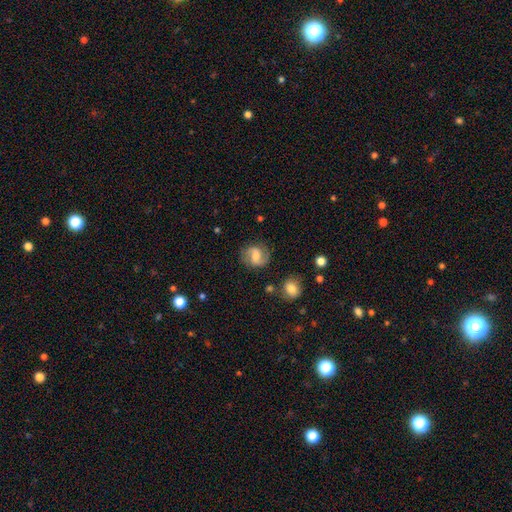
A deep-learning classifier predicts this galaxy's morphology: A featured or disk galaxy (66%) with a weak bar (52%), 2 (89%) medium (47%) spiral arms (91%) and a moderate central bulge (50%).

Vote fractions:
- Smooth or featured? featured or disk: 66% / smooth: 27% / star or artifact: 7%
- Edge-on disk? no: 98% / yes: 2%
- Bar? weak: 52% / no: 28% / strong: 21%
- Spiral arms? yes: 91% / no: 9%
- Spiral winding? medium: 47% / loose: 36% / tight: 17%
- Spiral arm count? 2: 89% / can't tell: 5% / 1: 3% / 3: 1% / 4: 1% / more than 4: 1%
- Bulge size? moderate: 50% / small: 32% / none: 9% / large: 8% / dominant: 2%
- Merging? none: 79% / minor disturbance: 14% / major disturbance: 5% / merger: 2%